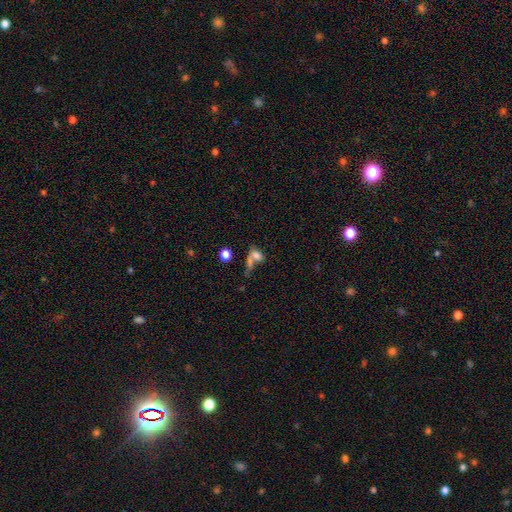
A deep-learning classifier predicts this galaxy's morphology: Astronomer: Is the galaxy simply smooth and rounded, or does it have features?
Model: smooth — 70%.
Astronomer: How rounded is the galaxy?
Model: in between — 74%.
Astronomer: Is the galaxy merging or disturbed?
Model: merger — 45% (runner-up: none, 31%).